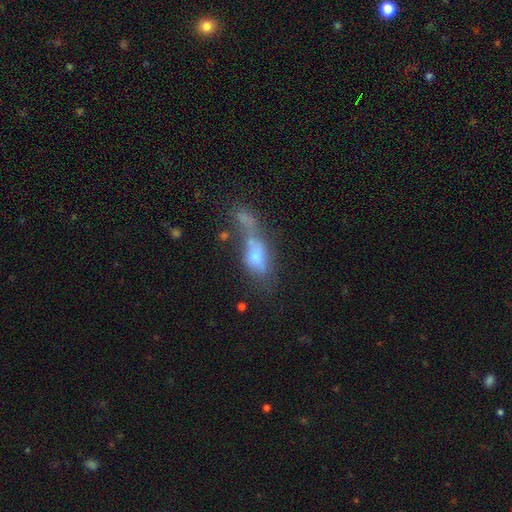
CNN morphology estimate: smooth-or-featured: smooth: 54% | featured or disk: 34% | star or artifact: 12%
  how-rounded: in between: 71% | cigar-shaped: 17% | round: 12%
  merging: merger: 44% | major disturbance: 23% | none: 19% | minor disturbance: 14%